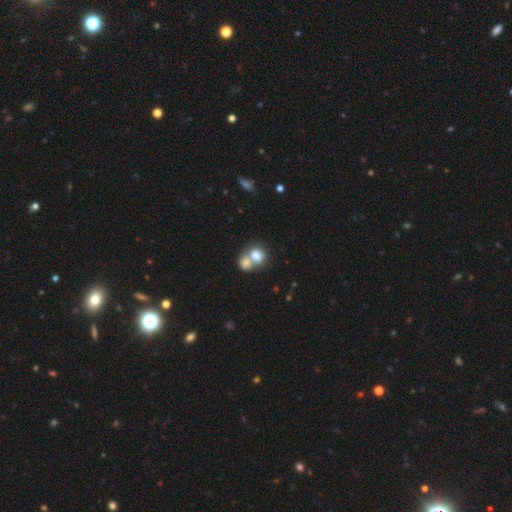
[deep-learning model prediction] Smooth or featured: smooth — 78% (featured or disk — 13%)
How rounded: round — 55% (in between — 44%)
Merging: merger — 64% (none — 26%)